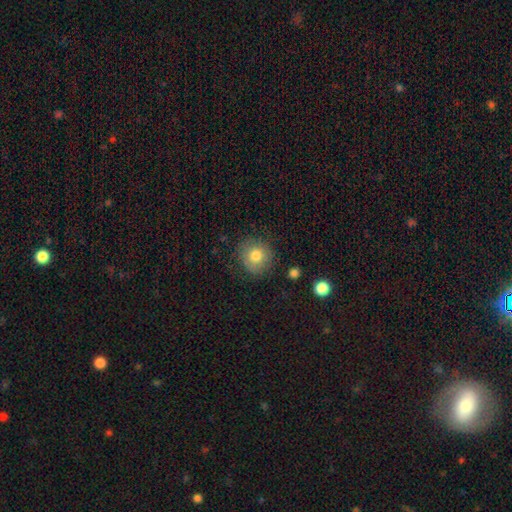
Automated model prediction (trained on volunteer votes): This is likely a smooth galaxy (78%). How rounded: clearly round (89%). Merging: clearly none (81%).